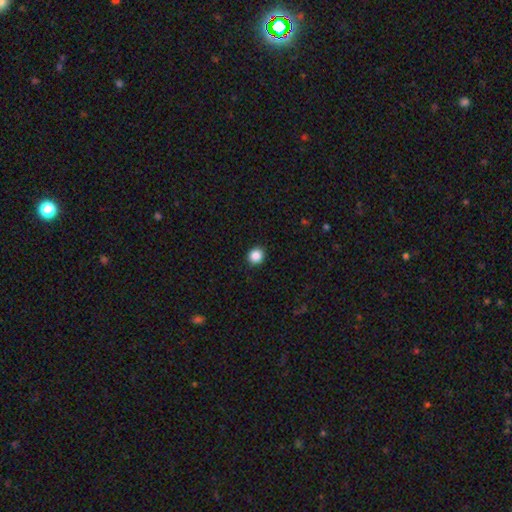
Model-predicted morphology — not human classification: This is clearly a smooth galaxy (87%). How rounded: clearly round (89%). Merging: clearly none (92%).